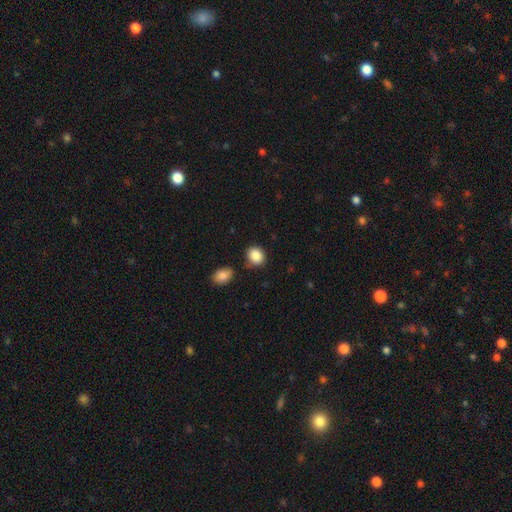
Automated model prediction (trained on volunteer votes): This appears to be a smooth galaxy with no disk features (88%) that is round (66%). Merging: none (75%).